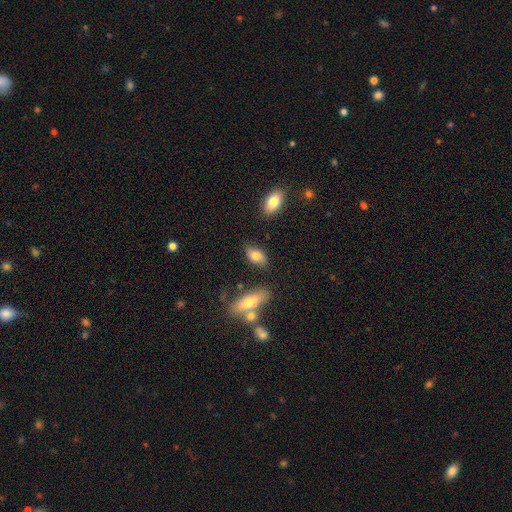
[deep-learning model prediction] The model was most divided on "smooth or featured": smooth: 74%, featured or disk: 18%, star or artifact: 8%. More confident: how rounded — in between (89%); merging — none (74%).